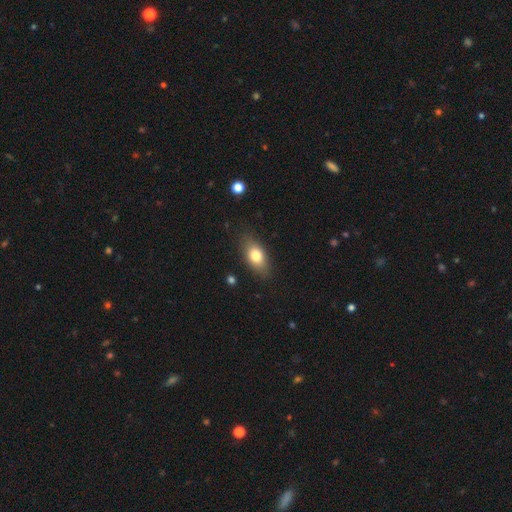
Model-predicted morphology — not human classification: Q: Smooth or featured?
A: smooth (77%); runner-up: featured or disk (15%)
Q: How rounded?
A: in between (85%); runner-up: round (8%)
Q: Merging?
A: none (82%); runner-up: minor disturbance (13%)